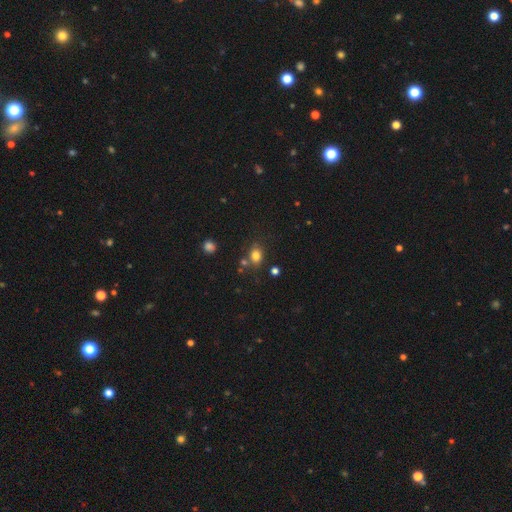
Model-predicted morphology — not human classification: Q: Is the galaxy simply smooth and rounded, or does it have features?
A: smooth — 80%.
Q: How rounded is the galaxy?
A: in between — 57%.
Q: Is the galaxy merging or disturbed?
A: none — 68%.